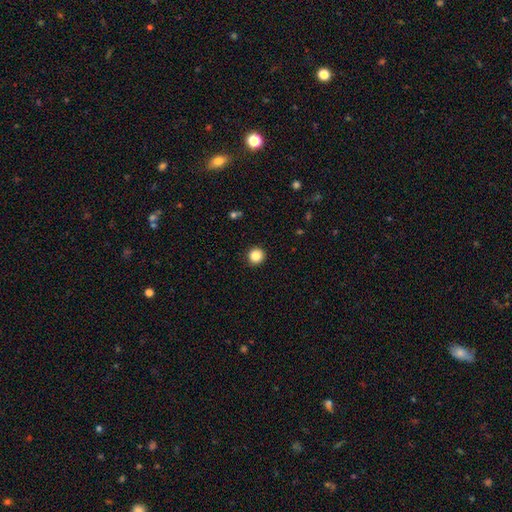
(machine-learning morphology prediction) Smooth or featured? smooth (85%)
How rounded? round (95%)
Merging? none (93%)